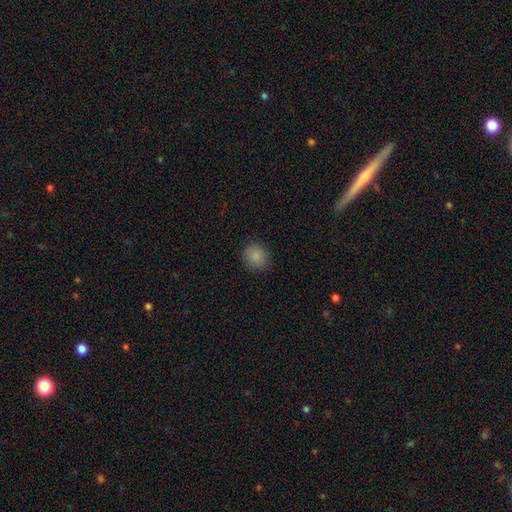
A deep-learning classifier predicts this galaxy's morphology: smooth-or-featured: smooth: 86% | star or artifact: 10% | featured or disk: 4%
  how-rounded: round: 82% | in between: 17% | cigar-shaped: 1%
  merging: none: 87% | minor disturbance: 10% | major disturbance: 3% | merger: 1%